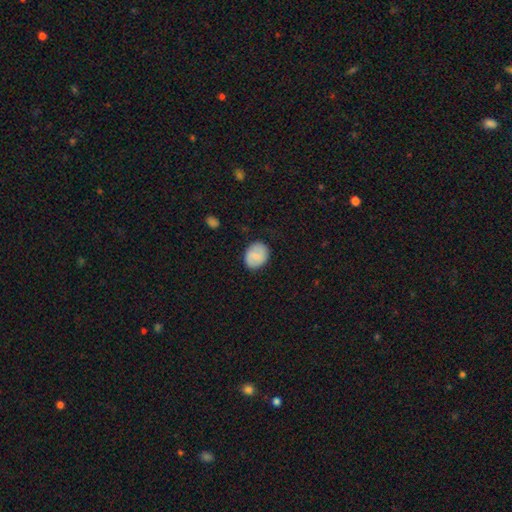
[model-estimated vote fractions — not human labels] A smooth galaxy with no disk features (73%) that is round (52%).

Vote fractions:
- Smooth or featured? smooth: 73% / featured or disk: 21% / star or artifact: 7%
- How rounded? round: 52% / in between: 47% / cigar-shaped: 1%
- Merging? none: 82% / minor disturbance: 13% / major disturbance: 3% / merger: 1%